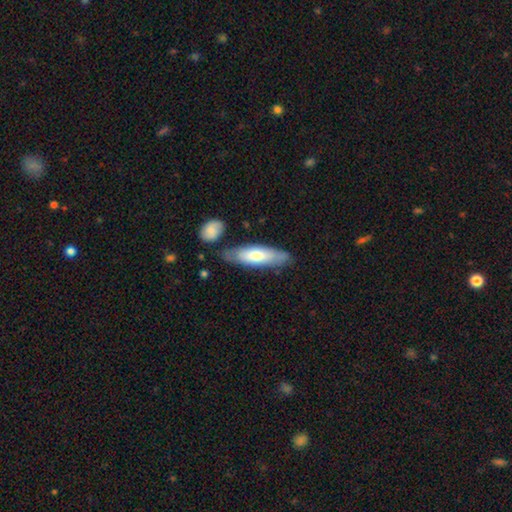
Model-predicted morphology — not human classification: This appears to be a smooth galaxy with no disk features (56%) that is cigar-shaped (53%). Merging: none (75%).